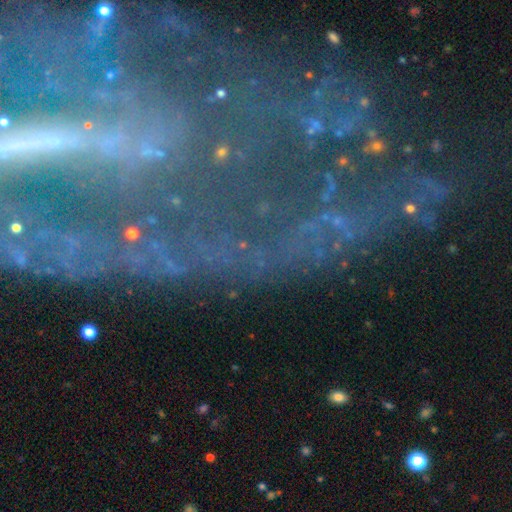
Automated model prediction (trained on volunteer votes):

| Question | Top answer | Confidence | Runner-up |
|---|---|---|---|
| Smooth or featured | star or artifact | 47% | featured or disk (39%) |